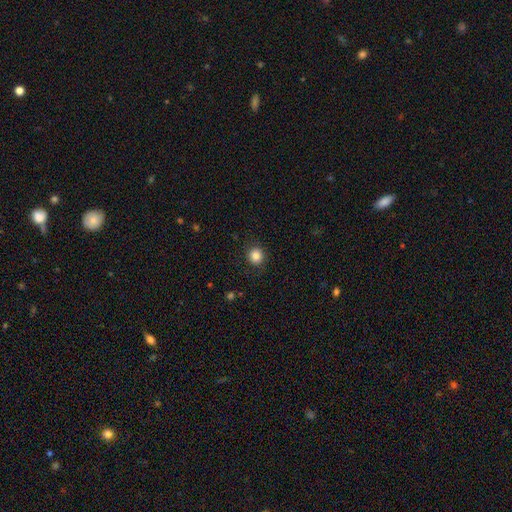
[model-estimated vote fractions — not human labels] smooth-or-featured: smooth: 85% | star or artifact: 11% | featured or disk: 5%
  how-rounded: round: 90% | in between: 9% | cigar-shaped: 1%
  merging: none: 89% | minor disturbance: 8% | major disturbance: 3% | merger: 1%